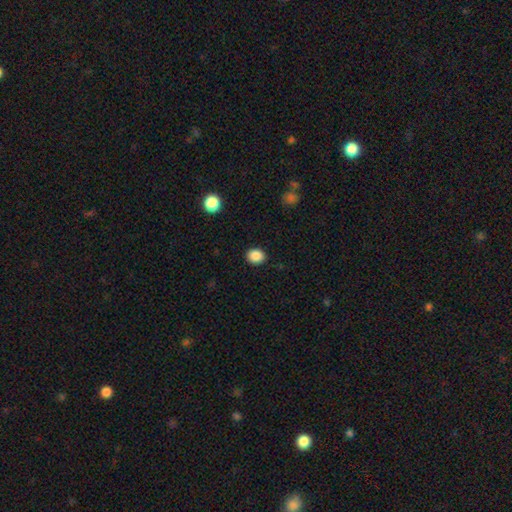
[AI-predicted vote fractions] This is clearly a smooth galaxy (88%). How rounded: likely round (65%). Merging: clearly none (90%).